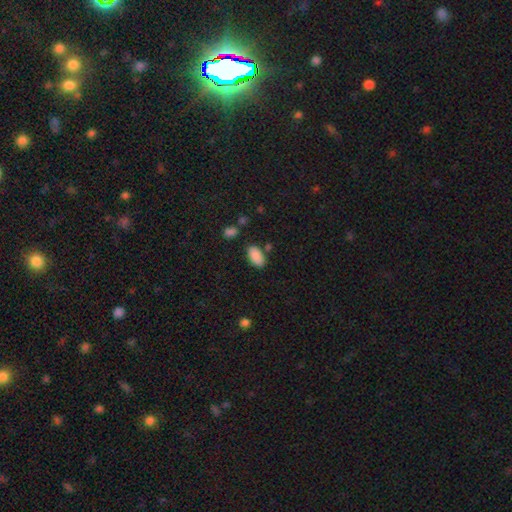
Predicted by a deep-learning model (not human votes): A smooth galaxy with no disk features (89%) that is in between round and cigar-shaped (94%). Merging: none (79%).